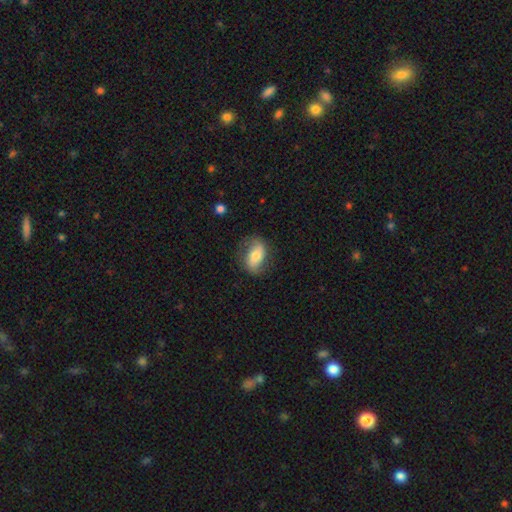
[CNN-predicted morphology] Overall: smooth (54%; featured or disk 38%). How rounded: in between (83%). Merging: none (73%).